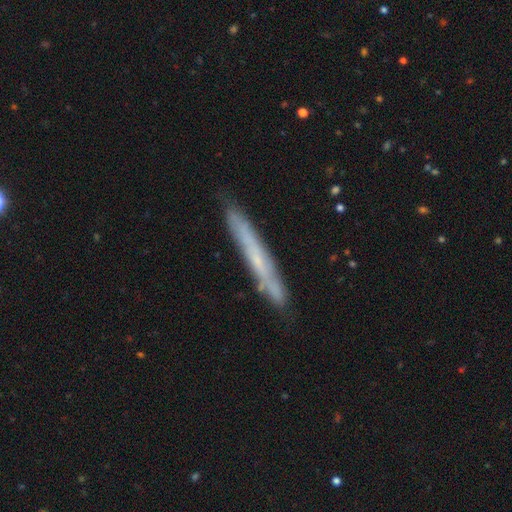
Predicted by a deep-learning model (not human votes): smooth_or_featured: featured or disk (p=0.55) [alt: smooth p=0.39]
disk_edge_on: yes (p=0.84) [alt: no p=0.16]
merging: none (p=0.83) [alt: minor disturbance p=0.13]